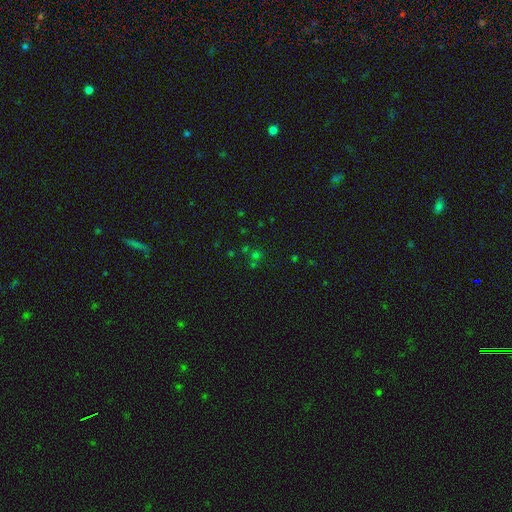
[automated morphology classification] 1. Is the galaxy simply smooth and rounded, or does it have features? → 50% star or artifact, 39% smooth, 11% featured or disk.